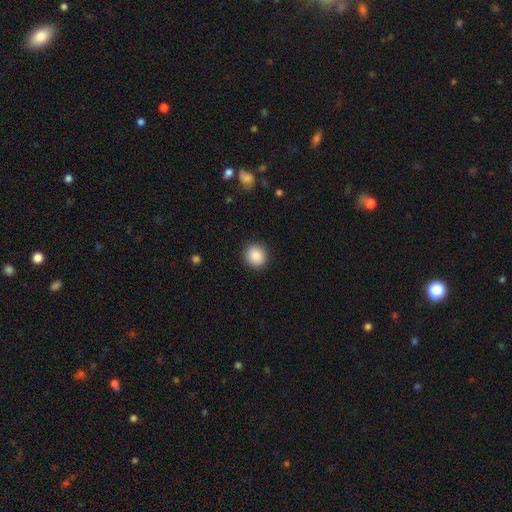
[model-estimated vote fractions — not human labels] Morphology: type=smooth (89%); roundness=round (84%); merging=none (90%).